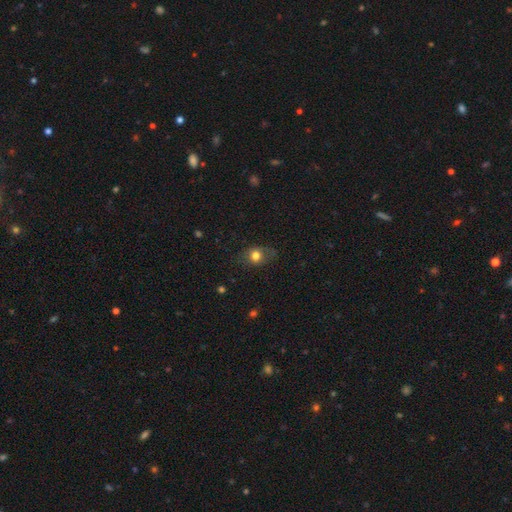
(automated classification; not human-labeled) Smooth or featured: smooth — 75% (featured or disk — 13%)
How rounded: in between — 51% (round — 47%)
Merging: none — 71% (minor disturbance — 20%)